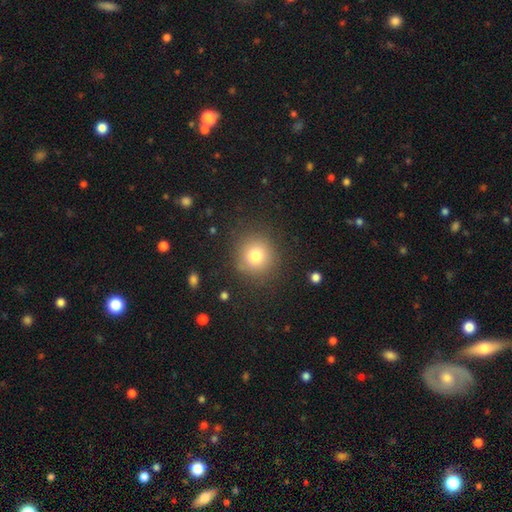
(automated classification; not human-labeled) Smooth or featured? Predicted: smooth (p=0.78). How rounded? Predicted: round (p=0.91). Merging? Predicted: none (p=0.86).